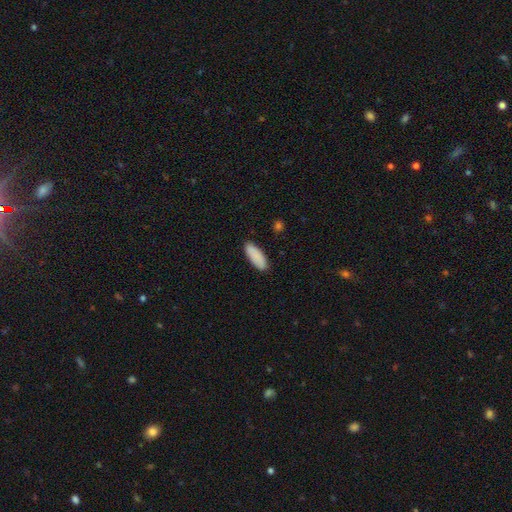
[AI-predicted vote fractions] A smooth galaxy with no disk features (89%) that is in between round and cigar-shaped (73%).

Vote fractions:
- Smooth or featured? smooth: 89% / star or artifact: 6% / featured or disk: 5%
- How rounded? in between: 73% / cigar-shaped: 25% / round: 2%
- Merging? none: 86% / minor disturbance: 11% / major disturbance: 2% / merger: 1%